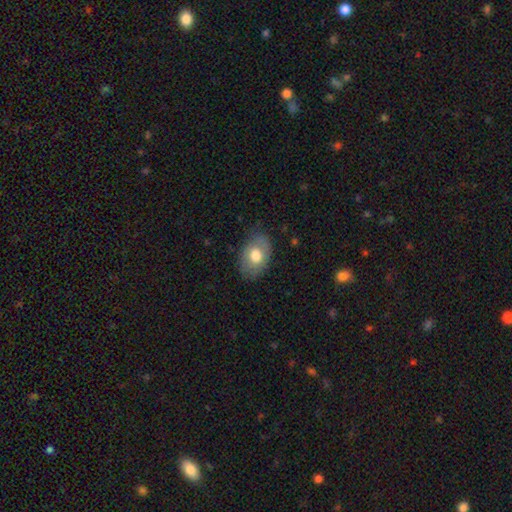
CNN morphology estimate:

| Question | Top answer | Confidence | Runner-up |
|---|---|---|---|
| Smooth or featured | smooth | 68% | featured or disk (25%) |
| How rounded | in between | 82% | round (17%) |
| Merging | none | 74% | minor disturbance (20%) |